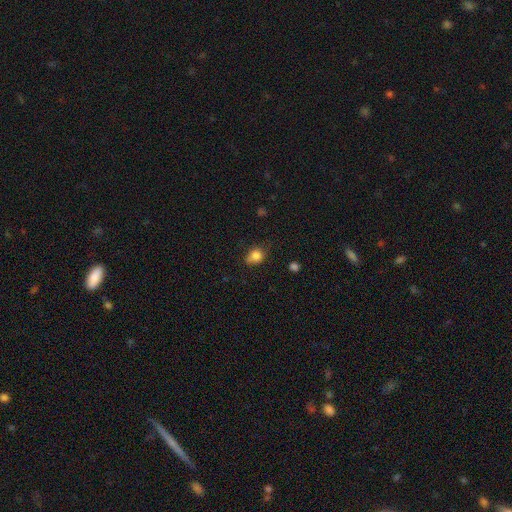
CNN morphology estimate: A smooth galaxy with no disk features (83%) that is round (56%). Merging: none (58%).